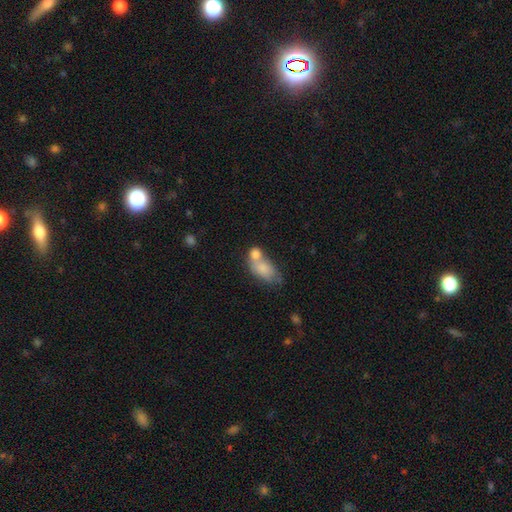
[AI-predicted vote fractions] Smooth or featured? Predicted: smooth (p=0.76). How rounded? Predicted: in between (p=0.79). Merging? Predicted: merger (p=0.55).